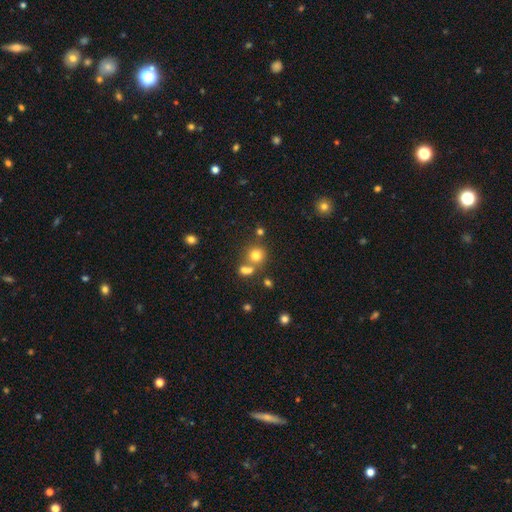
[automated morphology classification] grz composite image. It shows a smooth galaxy with no disk features (74%) that is round (87%). Merging: none (60%).